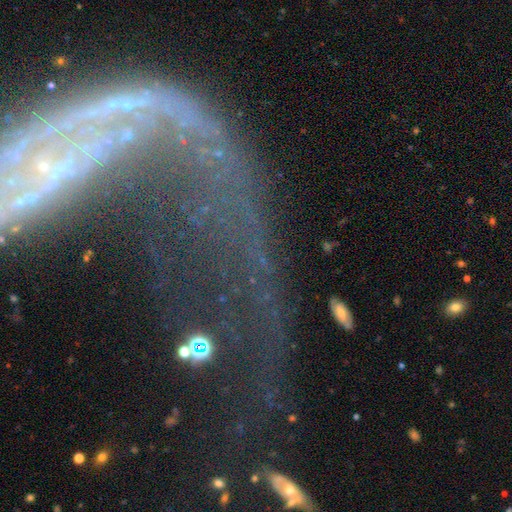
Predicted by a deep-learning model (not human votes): This is likely a featured or disk galaxy (63%). It is clearly not viewed edge-on (84%). Bar: possibly no (52%). Spiral arm pattern: likely yes (63%). Central bulge: possibly small (51%). Merging: marginally major disturbance (38%).